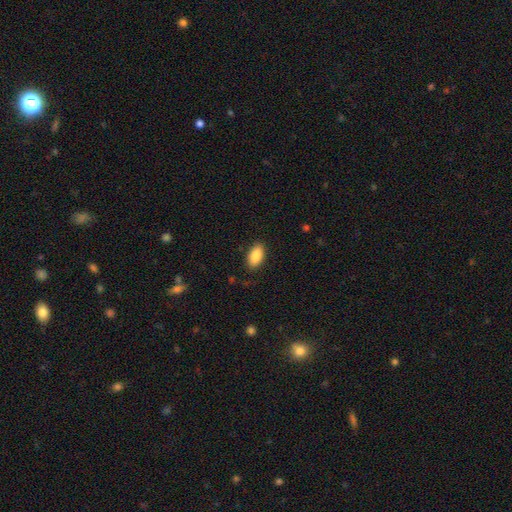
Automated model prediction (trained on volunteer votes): Smooth or featured? smooth (87%)
How rounded? in between (94%)
Merging? none (86%)